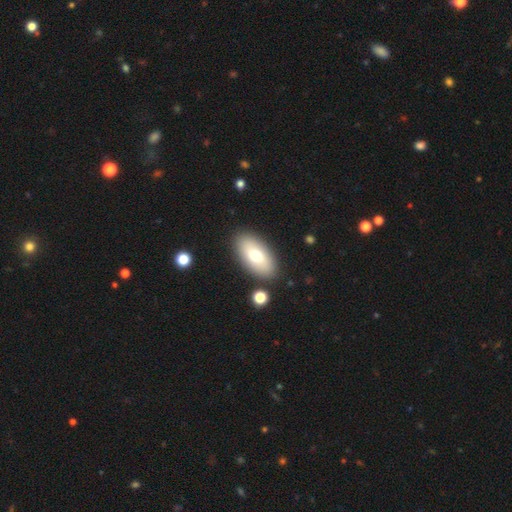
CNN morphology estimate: A smooth galaxy with no disk features (72%) that is in between round and cigar-shaped (93%). Merging: none (87%).